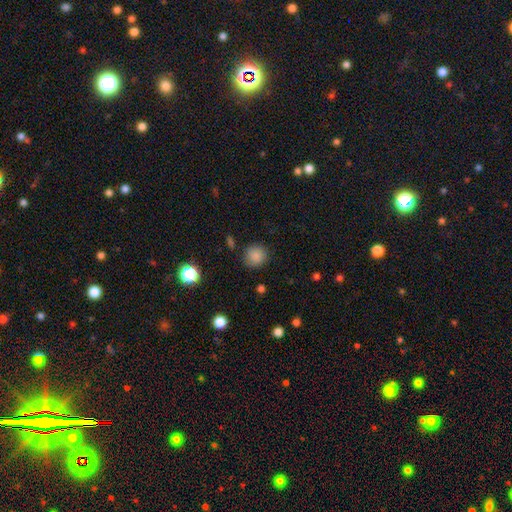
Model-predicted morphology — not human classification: Q: Smooth or featured?
A: smooth (85%); runner-up: star or artifact (11%)
Q: How rounded?
A: round (90%); runner-up: in between (9%)
Q: Merging?
A: none (85%); runner-up: minor disturbance (10%)